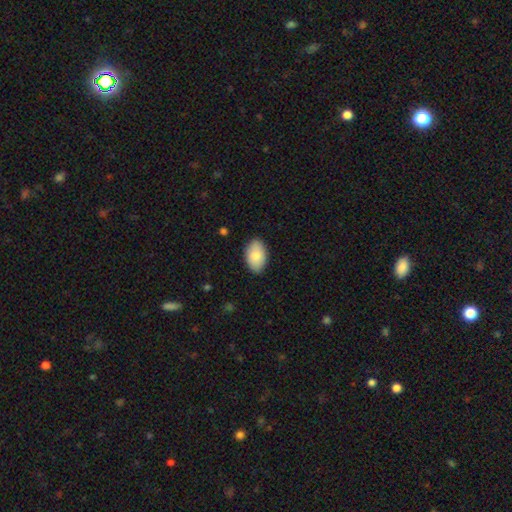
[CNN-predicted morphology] smooth_or_featured: smooth (p=0.84) [alt: featured or disk p=0.10]
how_rounded: in between (p=0.93) [alt: round p=0.05]
merging: none (p=0.86) [alt: minor disturbance p=0.11]